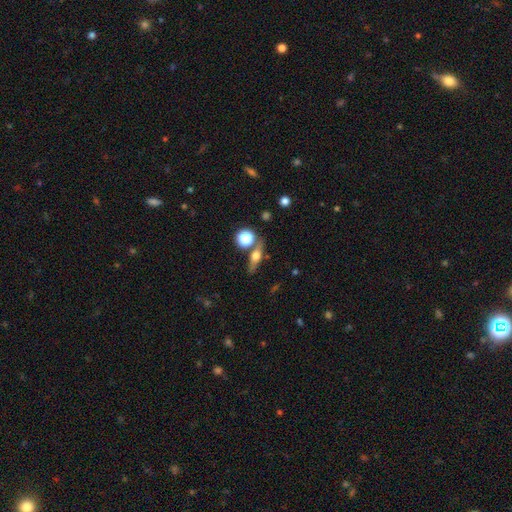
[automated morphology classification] type=featured or disk (49%); merging=none (73%).